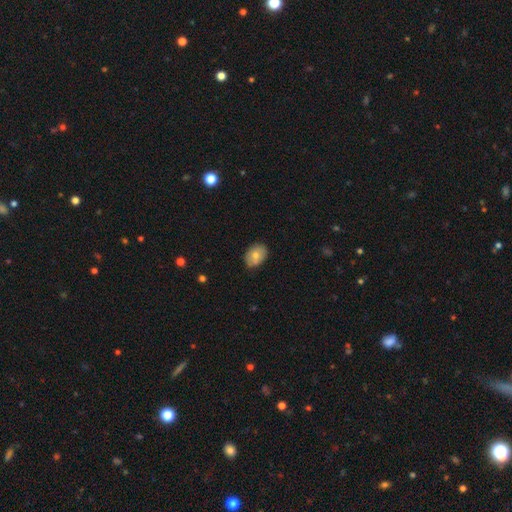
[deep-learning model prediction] A smooth galaxy with no disk features (70%) that is in between round and cigar-shaped (74%).

Vote fractions:
- Smooth or featured? smooth: 70% / featured or disk: 22% / star or artifact: 8%
- How rounded? in between: 74% / round: 25% / cigar-shaped: 1%
- Merging? none: 79% / minor disturbance: 17% / major disturbance: 3% / merger: 2%